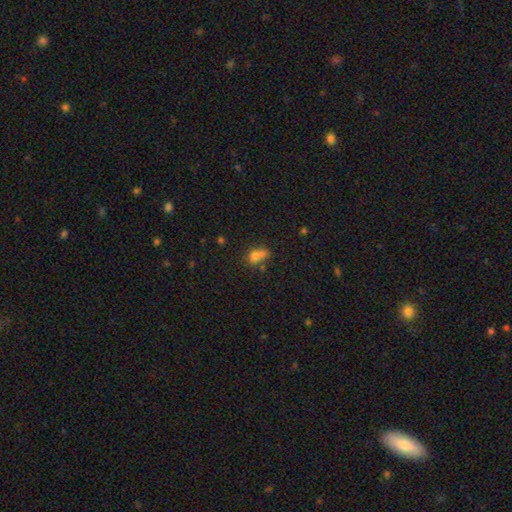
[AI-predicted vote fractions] This appears to be a smooth galaxy with no disk features (71%) that is in between round and cigar-shaped (65%). Merging: merger (36%).